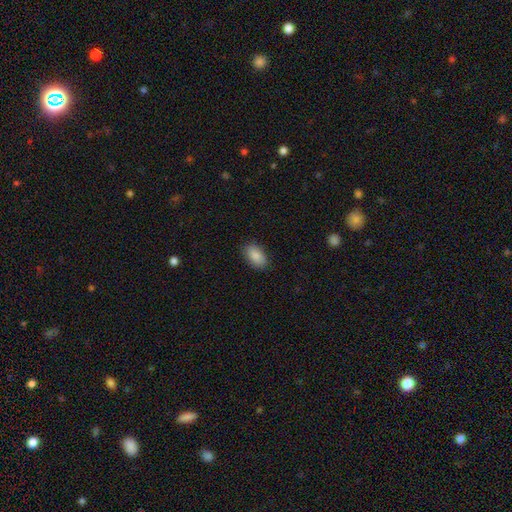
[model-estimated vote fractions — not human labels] Smooth or featured?
  - smooth: 89% *
  - star or artifact: 7%
  - featured or disk: 5%
How rounded?
  - in between: 93% *
  - round: 5%
  - cigar-shaped: 2%
Merging?
  - none: 85% *
  - minor disturbance: 11%
  - major disturbance: 3%
  - merger: 1%